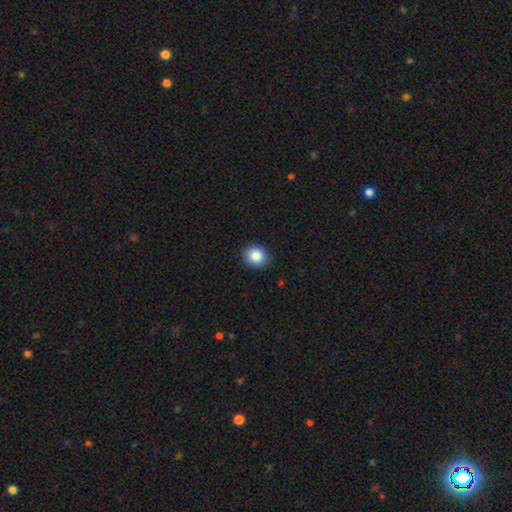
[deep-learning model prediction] A smooth galaxy with no disk features (86%) that is round (84%). Merging: none (89%).